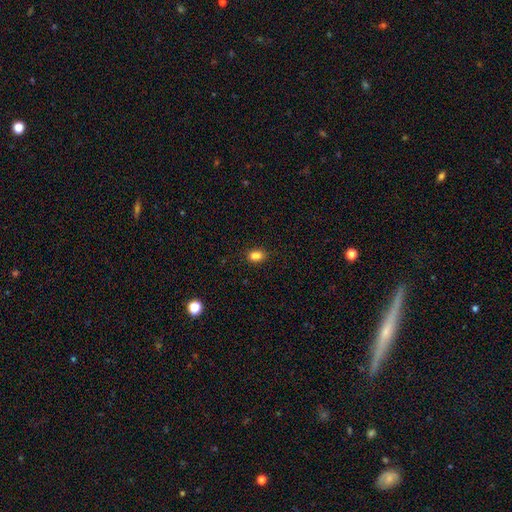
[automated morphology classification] Q: Smooth or featured?
A: smooth (84%); runner-up: star or artifact (11%)
Q: How rounded?
A: in between (73%); runner-up: round (26%)
Q: Merging?
A: none (81%); runner-up: minor disturbance (12%)